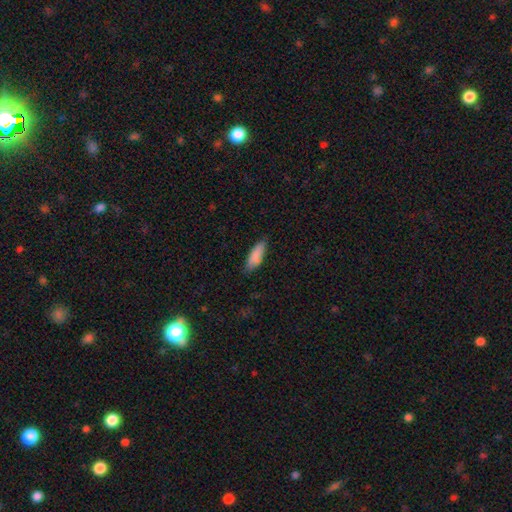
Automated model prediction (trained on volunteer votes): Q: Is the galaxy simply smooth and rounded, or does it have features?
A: smooth — 87%.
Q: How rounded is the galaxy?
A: in between — 57%.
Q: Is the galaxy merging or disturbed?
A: none — 81%.